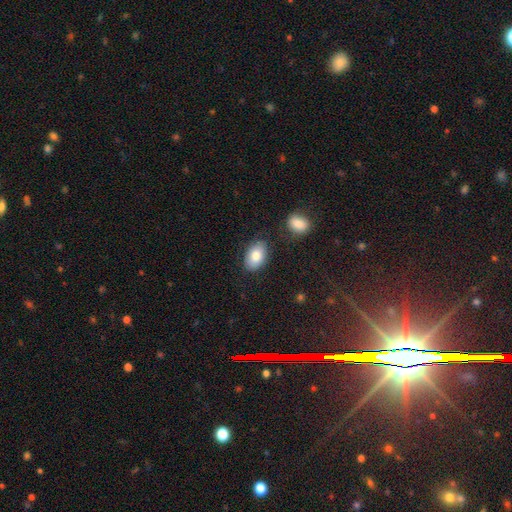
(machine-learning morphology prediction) smooth-or-featured: smooth: 81% | featured or disk: 12% | star or artifact: 7%
  how-rounded: in between: 89% | round: 10% | cigar-shaped: 1%
  merging: none: 80% | minor disturbance: 12% | merger: 5% | major disturbance: 3%